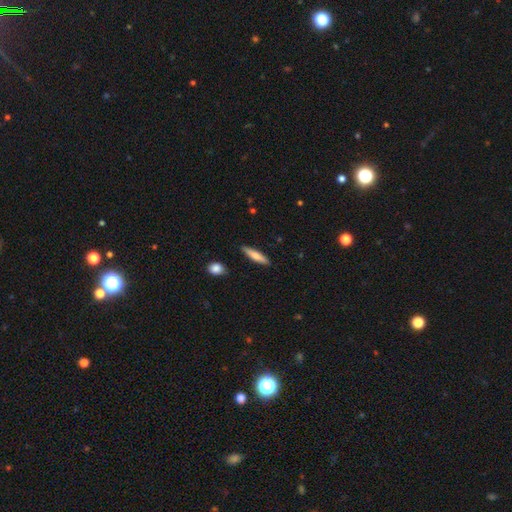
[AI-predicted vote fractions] A smooth galaxy with no disk features (70%) that is cigar-shaped (80%).

Vote fractions:
- Smooth or featured? smooth: 70% / featured or disk: 24% / star or artifact: 6%
- How rounded? cigar-shaped: 80% / in between: 18% / round: 2%
- Merging? none: 89% / minor disturbance: 8% / merger: 2% / major disturbance: 2%